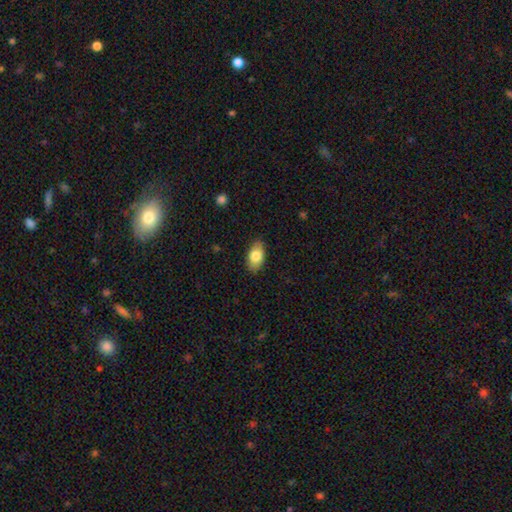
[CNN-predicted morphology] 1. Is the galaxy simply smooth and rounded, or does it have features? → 80% smooth, 13% featured or disk, 7% star or artifact.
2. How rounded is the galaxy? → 92% in between, 5% round, 2% cigar-shaped.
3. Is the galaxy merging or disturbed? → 86% none, 11% minor disturbance, 2% major disturbance, 1% merger.